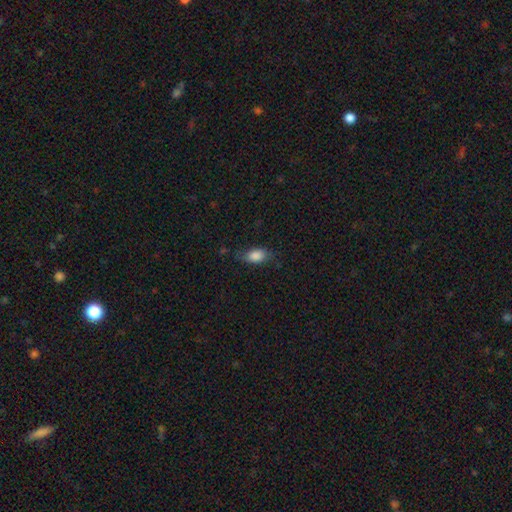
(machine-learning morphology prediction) smooth_or_featured: smooth (p=0.85) [alt: star or artifact p=0.08]
how_rounded: in between (p=0.87) [alt: round p=0.08]
merging: none (p=0.67) [alt: minor disturbance p=0.24]